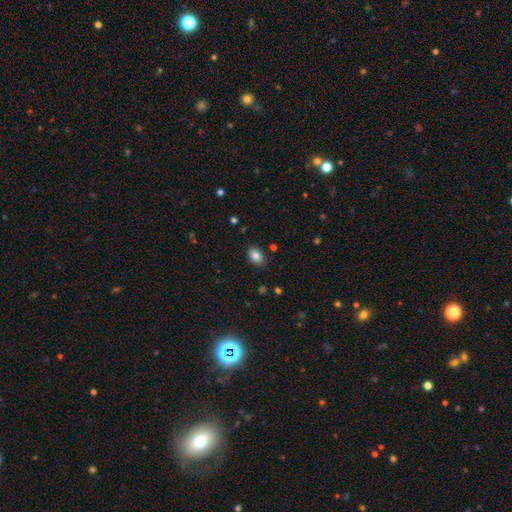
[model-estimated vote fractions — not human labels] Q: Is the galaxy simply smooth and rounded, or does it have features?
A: smooth — 85%.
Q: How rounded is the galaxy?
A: in between — 82%.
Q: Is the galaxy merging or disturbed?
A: none — 86%.